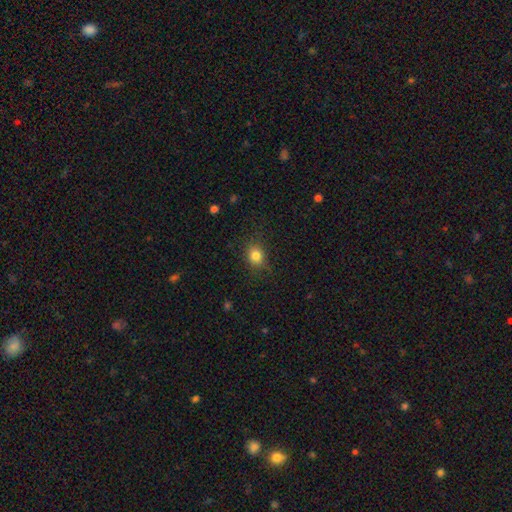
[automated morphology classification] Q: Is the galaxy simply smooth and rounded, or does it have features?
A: smooth — 81%.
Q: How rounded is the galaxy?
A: round — 68%.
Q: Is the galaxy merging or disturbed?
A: none — 81%.